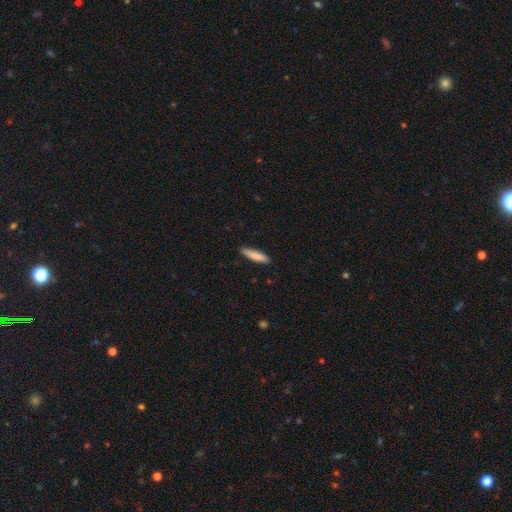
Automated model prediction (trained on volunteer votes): Smooth or featured: smooth — 85% (featured or disk — 10%)
How rounded: cigar-shaped — 82% (in between — 16%)
Merging: none — 88% (minor disturbance — 9%)